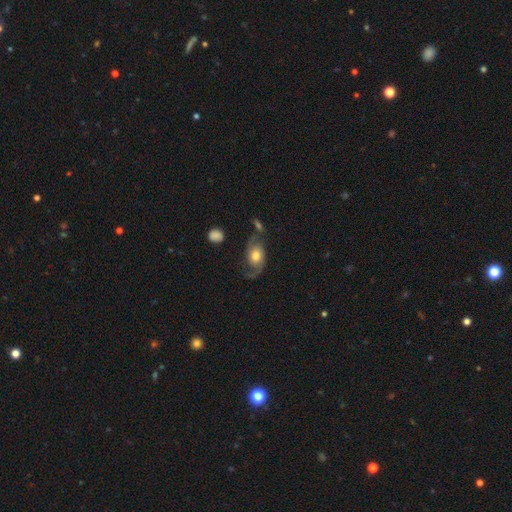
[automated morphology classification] This is likely a featured or disk galaxy (74%). It is clearly not viewed edge-on (96%). Bar: likely no (70%). Spiral arm pattern: clearly yes (92%). Spiral arm count: clearly 2 (87%). Spiral winding: possibly loose (52%). Central bulge: likely moderate (64%). Merging: likely none (61%).